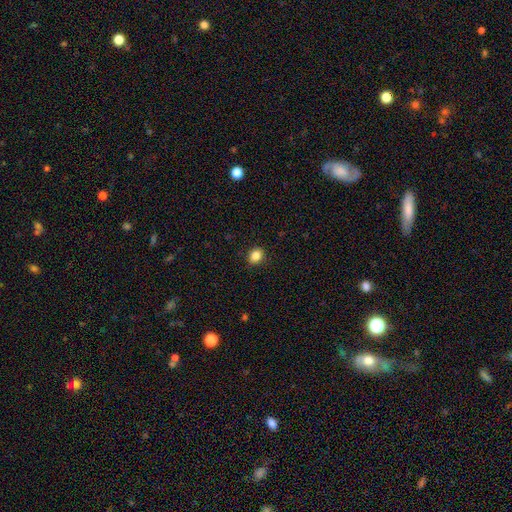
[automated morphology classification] A smooth galaxy with no disk features (85%) that is round (56%).

Vote fractions:
- Smooth or featured? smooth: 85% / star or artifact: 10% / featured or disk: 4%
- How rounded? round: 56% / in between: 43% / cigar-shaped: 1%
- Merging? none: 89% / minor disturbance: 8% / major disturbance: 2% / merger: 1%